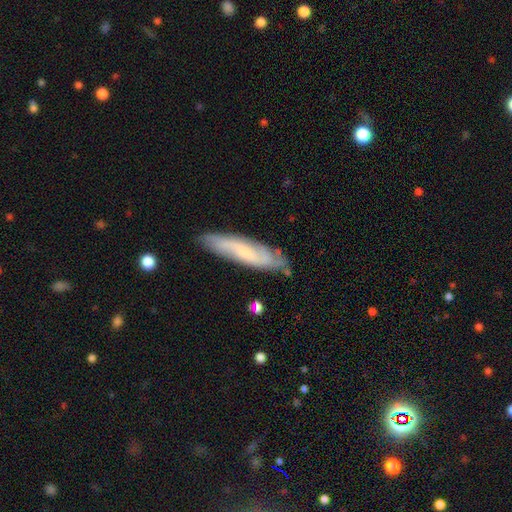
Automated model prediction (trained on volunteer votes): smooth_or_featured: smooth (p=0.48) [alt: featured or disk p=0.46]
merging: none (p=0.75) [alt: minor disturbance p=0.17]